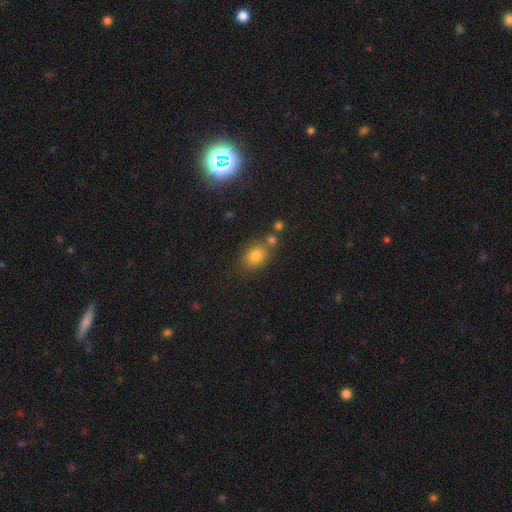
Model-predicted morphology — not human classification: Smooth or featured? smooth (79%)
How rounded? in between (61%)
Merging? none (68%)